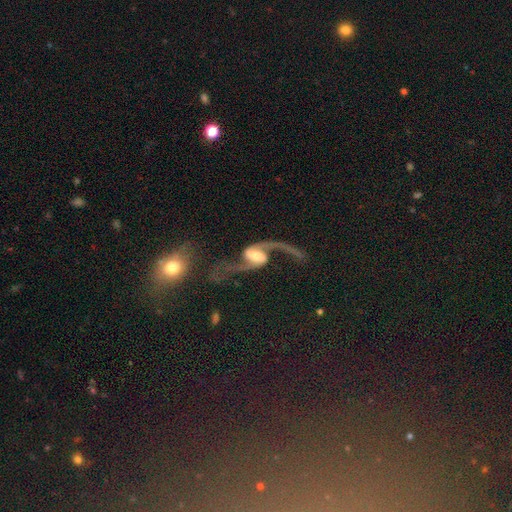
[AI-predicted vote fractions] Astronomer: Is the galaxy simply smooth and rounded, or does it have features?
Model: featured or disk — 91%.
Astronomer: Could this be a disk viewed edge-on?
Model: no — 96%.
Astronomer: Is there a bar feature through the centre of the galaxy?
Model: weak — 46% (runner-up: strong, 33%).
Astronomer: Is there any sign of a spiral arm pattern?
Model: yes — 97%.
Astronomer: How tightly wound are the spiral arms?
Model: loose — 87%.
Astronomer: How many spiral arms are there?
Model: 2 — 93%.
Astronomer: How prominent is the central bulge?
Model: moderate — 53%.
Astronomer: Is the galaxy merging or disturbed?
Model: none — 62%.